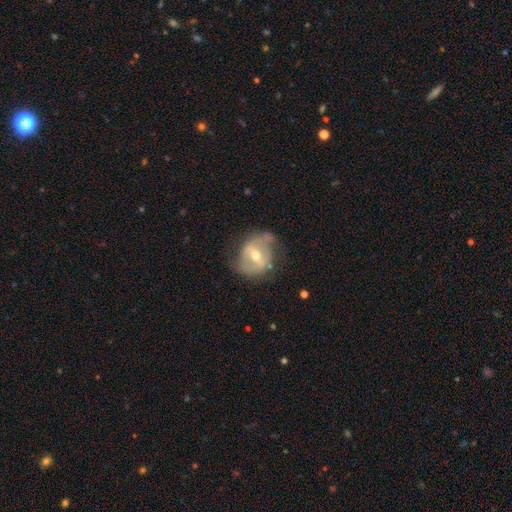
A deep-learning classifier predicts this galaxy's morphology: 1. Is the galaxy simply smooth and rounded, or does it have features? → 68% featured or disk, 25% smooth, 7% star or artifact.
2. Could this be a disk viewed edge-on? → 94% no, 6% yes.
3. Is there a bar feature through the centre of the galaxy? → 41% strong (tied), 41% weak (tied), 18% no.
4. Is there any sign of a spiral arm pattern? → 54% yes, 46% no.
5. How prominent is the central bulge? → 65% moderate, 30% small, 3% large, 1% none, 1% dominant.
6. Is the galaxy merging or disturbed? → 58% none, 26% minor disturbance, 14% major disturbance, 2% merger.